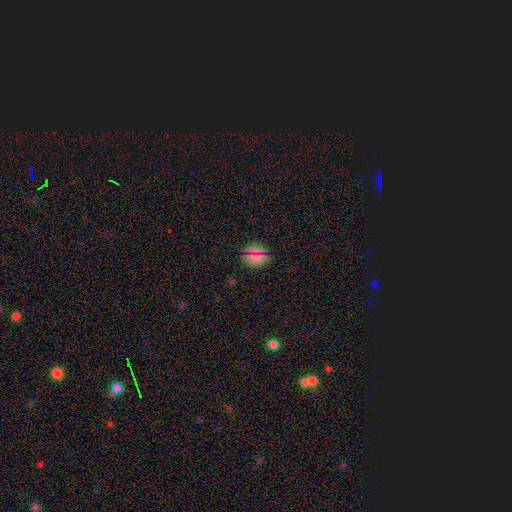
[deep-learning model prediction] Morphology: type=smooth (73%); roundness=round (66%); merging=none (85%).